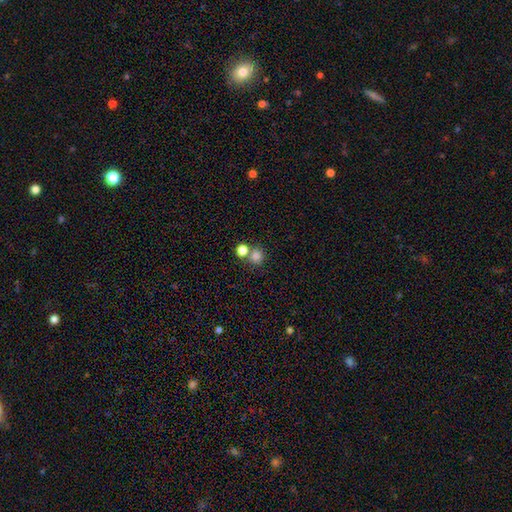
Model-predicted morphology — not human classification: Smooth or featured? Predicted: smooth (p=0.80). How rounded? Predicted: round (p=0.90). Merging? Predicted: none (p=0.62).